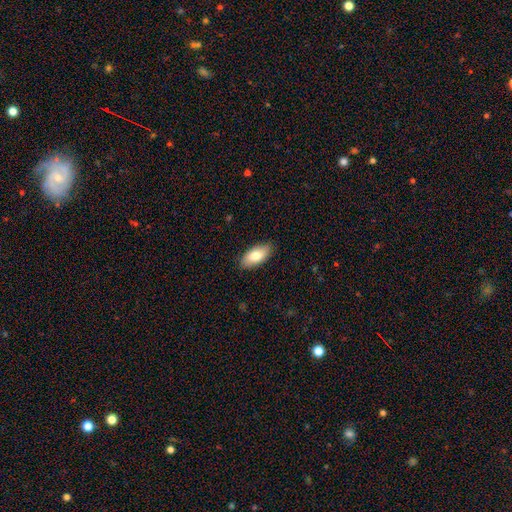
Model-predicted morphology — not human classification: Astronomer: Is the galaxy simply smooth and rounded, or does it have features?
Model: smooth — 80%.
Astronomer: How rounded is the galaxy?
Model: in between — 92%.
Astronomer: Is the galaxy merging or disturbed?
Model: none — 87%.